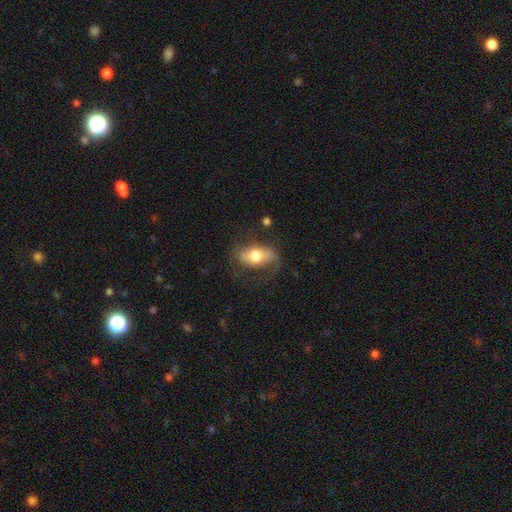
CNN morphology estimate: Smooth or featured: featured or disk — 50% (smooth — 43%)
Merging: none — 53% (major disturbance — 22%)